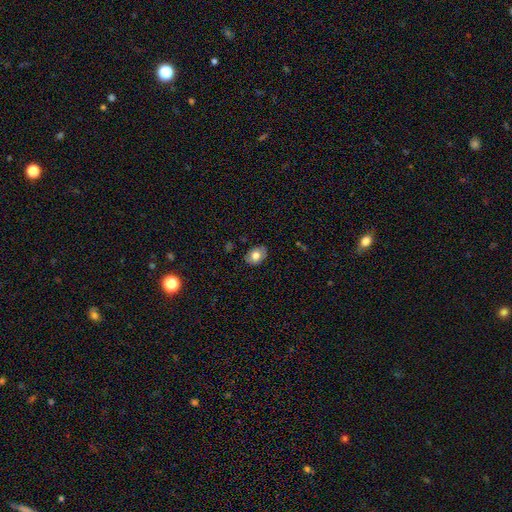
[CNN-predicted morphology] This appears to be a smooth galaxy with no disk features (73%) that is in between round and cigar-shaped (80%). Merging: none (82%).